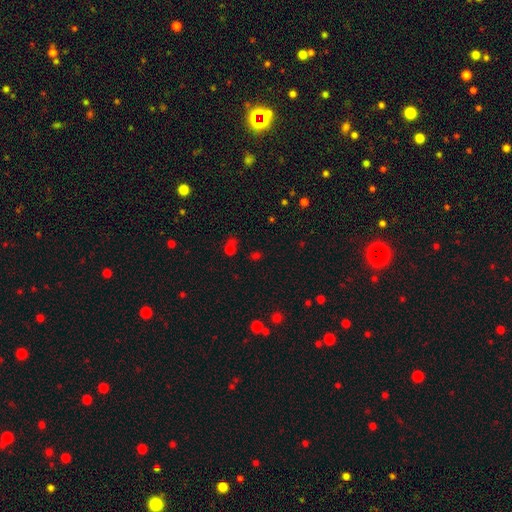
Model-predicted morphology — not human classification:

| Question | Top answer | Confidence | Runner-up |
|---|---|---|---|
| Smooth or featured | smooth | 50% | star or artifact (42%) |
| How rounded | round | 56% | in between (42%) |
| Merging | none | 61% | minor disturbance (15%) |